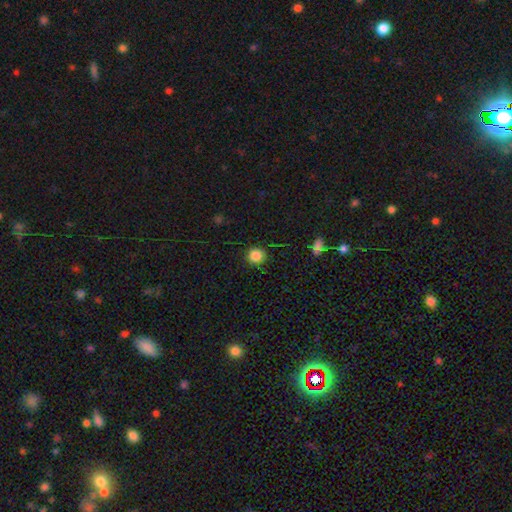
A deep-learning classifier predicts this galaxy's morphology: A smooth galaxy with no disk features (85%) that is round (93%). Merging: none (88%).